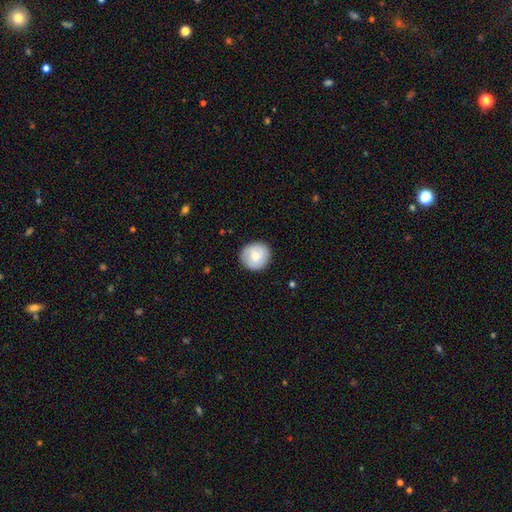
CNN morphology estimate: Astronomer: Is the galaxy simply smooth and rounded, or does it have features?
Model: smooth — 76%.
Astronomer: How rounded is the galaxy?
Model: round — 91%.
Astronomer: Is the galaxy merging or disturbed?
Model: none — 87%.